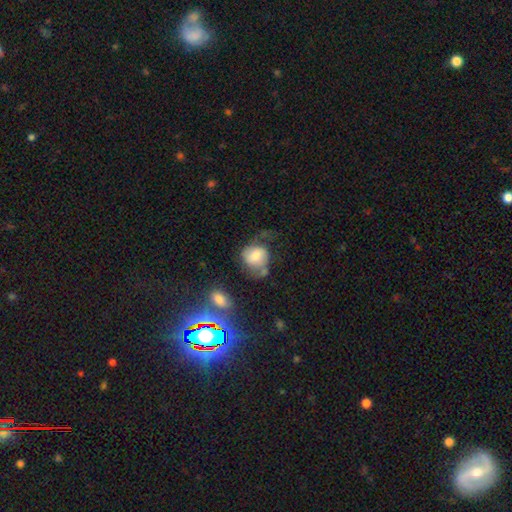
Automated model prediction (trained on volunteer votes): smooth_or_featured: smooth (p=0.62) [alt: featured or disk p=0.29]
how_rounded: round (p=0.68) [alt: in between p=0.31]
merging: none (p=0.40) [alt: minor disturbance p=0.26]